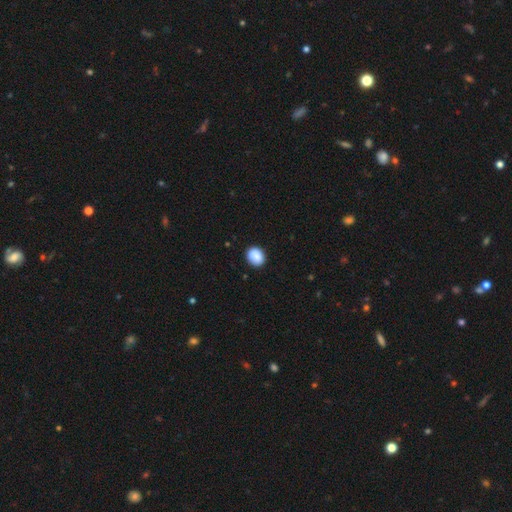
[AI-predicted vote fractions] Smooth or featured: smooth — 86% (star or artifact — 8%)
How rounded: round — 60% (in between — 39%)
Merging: none — 83% (minor disturbance — 13%)